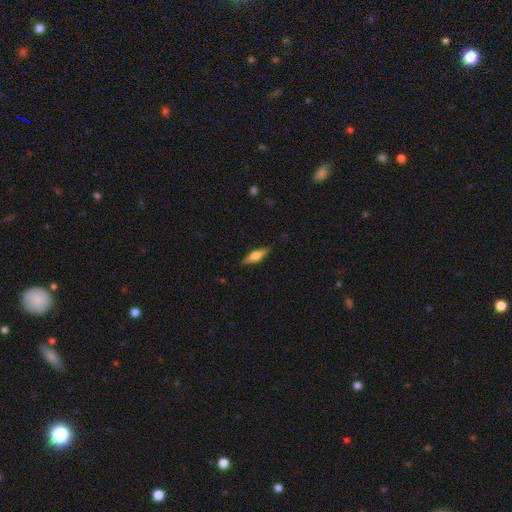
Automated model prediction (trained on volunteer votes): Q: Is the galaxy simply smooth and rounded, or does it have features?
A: featured or disk — 50%.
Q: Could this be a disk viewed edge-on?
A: yes — 94%.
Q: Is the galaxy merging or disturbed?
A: none — 83%.